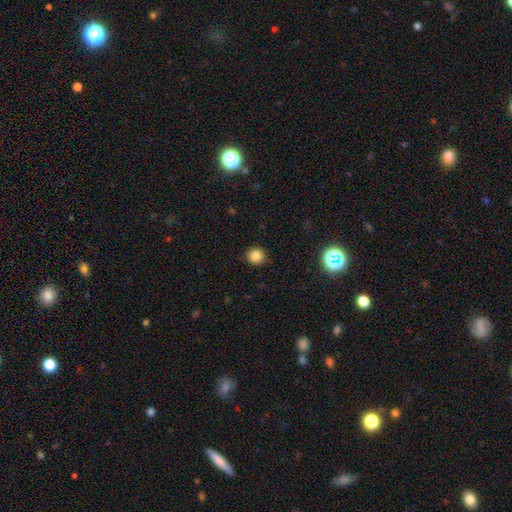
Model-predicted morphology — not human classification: This appears to be a smooth galaxy with no disk features (83%) that is round (91%). Merging: none (90%).